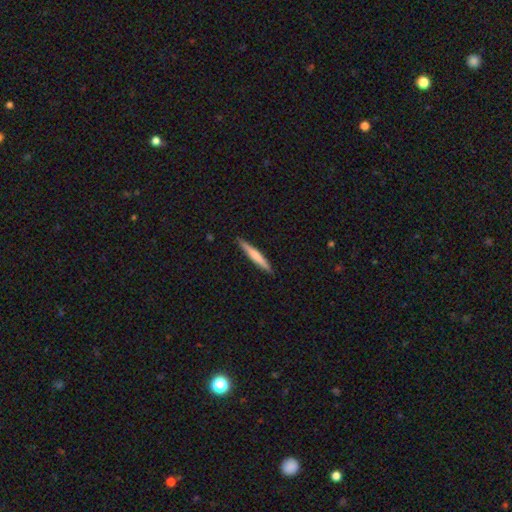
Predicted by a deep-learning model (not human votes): Morphology: type=smooth (59%); roundness=cigar-shaped (95%); merging=none (90%).